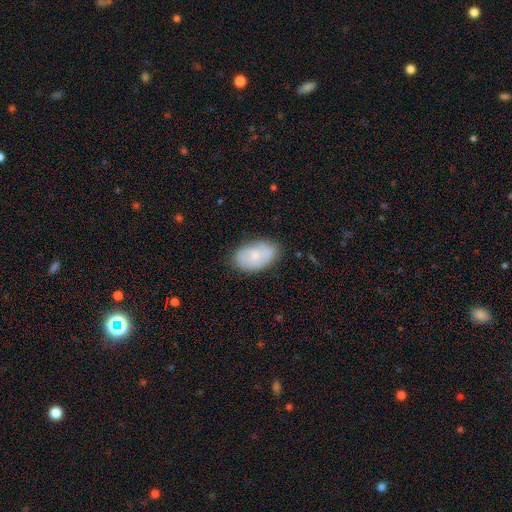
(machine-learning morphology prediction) Smooth or featured?
  - smooth: 62% *
  - featured or disk: 31%
  - star or artifact: 7%
How rounded?
  - in between: 92% *
  - round: 7%
  - cigar-shaped: 1%
Merging?
  - none: 72% *
  - minor disturbance: 21%
  - major disturbance: 5%
  - merger: 2%